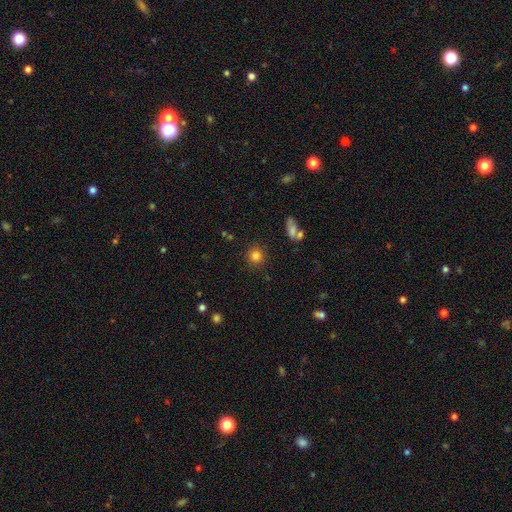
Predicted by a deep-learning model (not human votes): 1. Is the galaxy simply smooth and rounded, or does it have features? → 82% smooth, 12% star or artifact, 6% featured or disk.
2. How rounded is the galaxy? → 90% round, 9% in between, 1% cigar-shaped.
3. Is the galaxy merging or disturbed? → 86% none, 8% minor disturbance, 3% merger, 3% major disturbance.